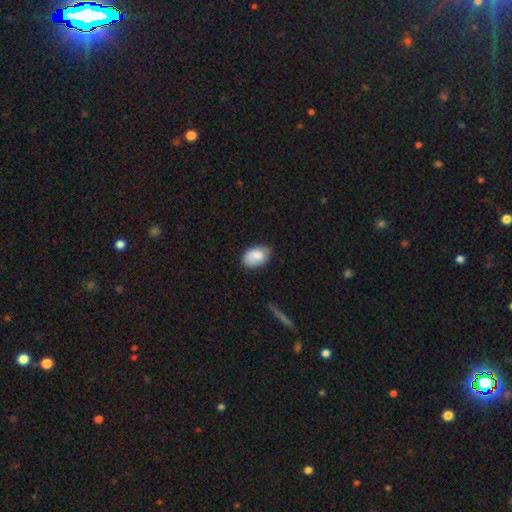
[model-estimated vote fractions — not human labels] Smooth or featured? Predicted: smooth (p=0.82). How rounded? Predicted: in between (p=0.89). Merging? Predicted: none (p=0.68).